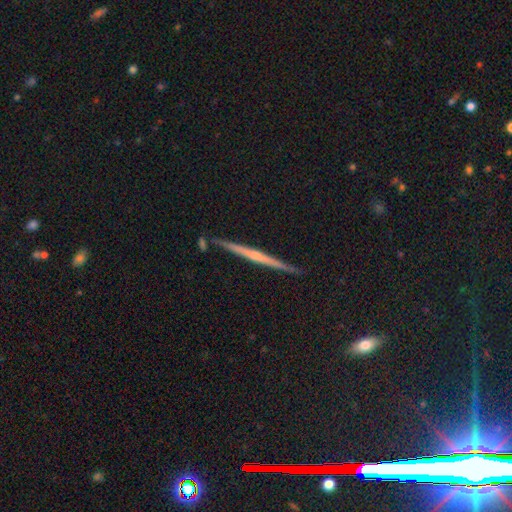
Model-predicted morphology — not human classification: Smooth or featured?
  - featured or disk: 72% *
  - smooth: 21%
  - star or artifact: 7%
Edge-on disk?
  - yes: 98% *
  - no: 2%
Edge-on bulge?
  - rounded: 48% *
  - none: 43%
  - boxy: 8%
Merging?
  - none: 88% *
  - minor disturbance: 8%
  - merger: 3%
  - major disturbance: 2%